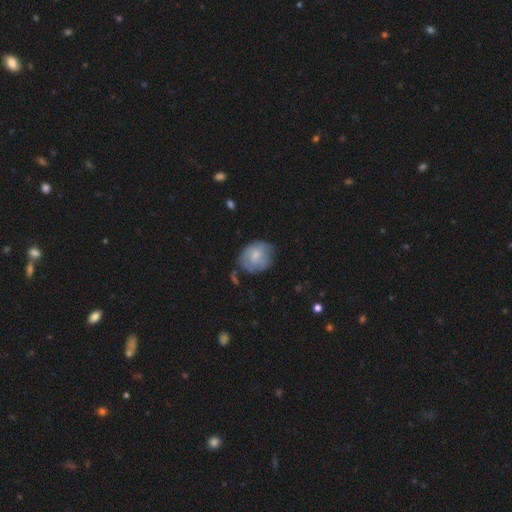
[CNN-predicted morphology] Smooth or featured? Predicted: smooth (p=0.52). How rounded? Predicted: round (p=0.56). Merging? Predicted: none (p=0.60).